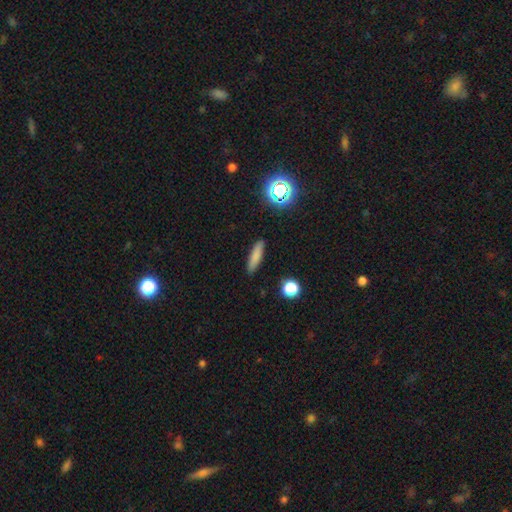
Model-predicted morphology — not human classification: Smooth or featured: smooth — 79% (star or artifact — 11%)
How rounded: cigar-shaped — 76% (in between — 22%)
Merging: none — 89% (minor disturbance — 8%)